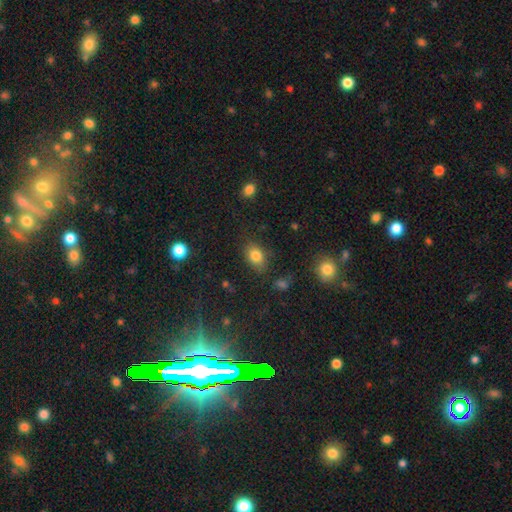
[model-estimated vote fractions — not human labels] Smooth or featured? smooth (80%)
How rounded? in between (70%)
Merging? none (79%)